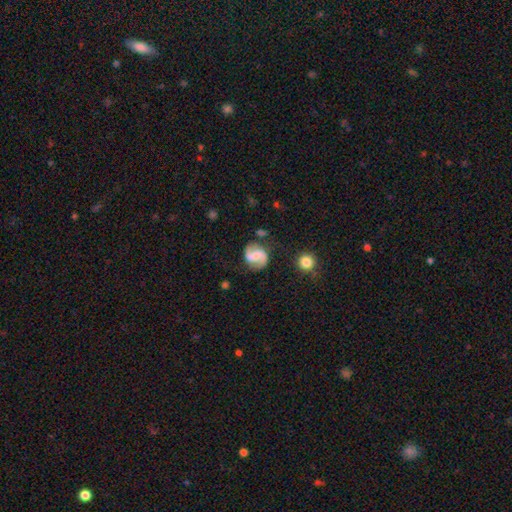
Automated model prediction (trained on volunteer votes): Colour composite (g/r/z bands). It shows a featured or disk galaxy (77%) with a weak bar (41%), 2 (92%) loose (44%) spiral arms (95%) and no central bulge (48%). Merging: none (75%).